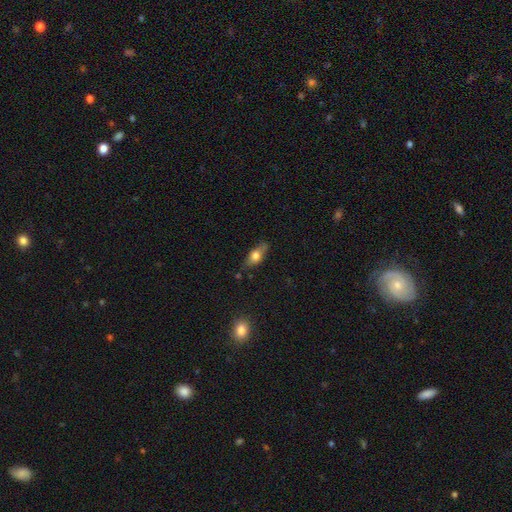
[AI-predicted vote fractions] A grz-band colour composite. It shows a smooth galaxy with no disk features (59%) that is in between round and cigar-shaped (67%). Merging: none (73%).